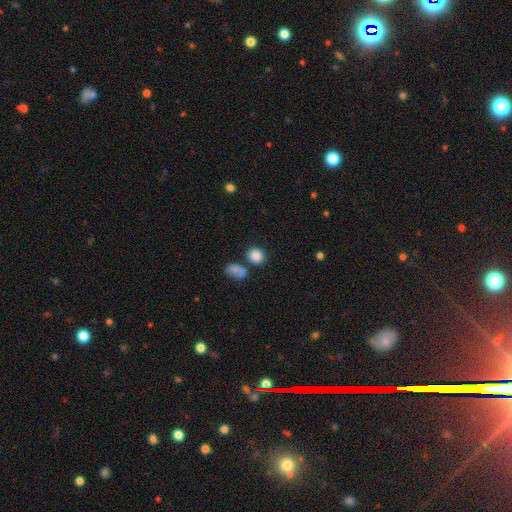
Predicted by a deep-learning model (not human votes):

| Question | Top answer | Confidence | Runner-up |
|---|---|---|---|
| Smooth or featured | smooth | 85% | star or artifact (10%) |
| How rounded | round | 75% | in between (24%) |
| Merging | none | 69% | merger (15%) |